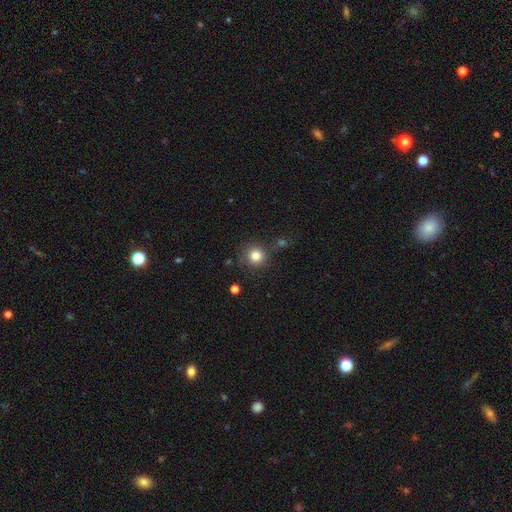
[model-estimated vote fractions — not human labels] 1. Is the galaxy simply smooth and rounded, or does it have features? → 81% smooth, 13% star or artifact, 7% featured or disk.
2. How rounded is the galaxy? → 93% round, 6% in between, 1% cigar-shaped.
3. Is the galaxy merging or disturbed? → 80% none, 10% minor disturbance, 6% merger, 4% major disturbance.